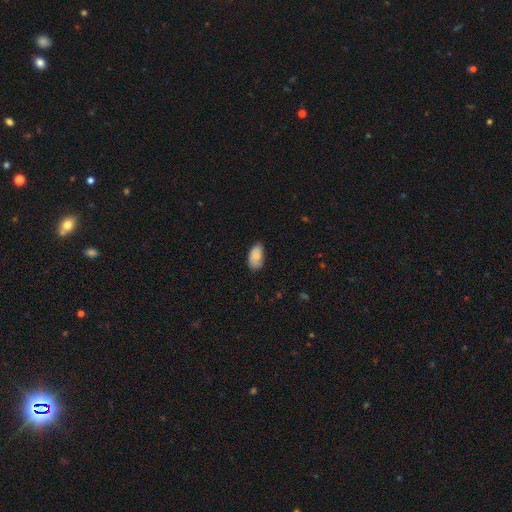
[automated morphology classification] smooth_or_featured: smooth (p=0.78) [alt: featured or disk p=0.15]
how_rounded: in between (p=0.94) [alt: round p=0.04]
merging: none (p=0.65) [alt: minor disturbance p=0.29]